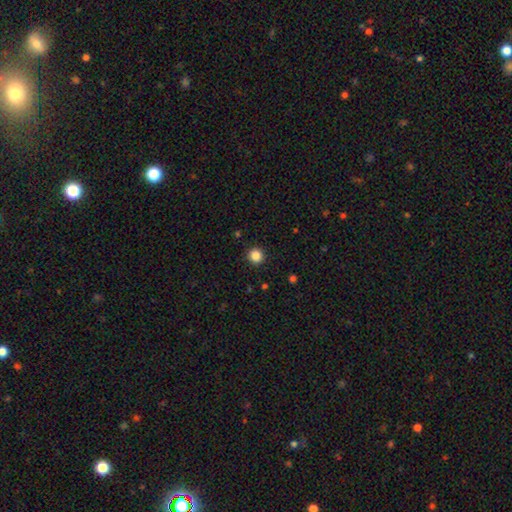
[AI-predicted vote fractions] This is clearly a smooth galaxy (85%). How rounded: clearly round (95%). Merging: clearly none (93%).